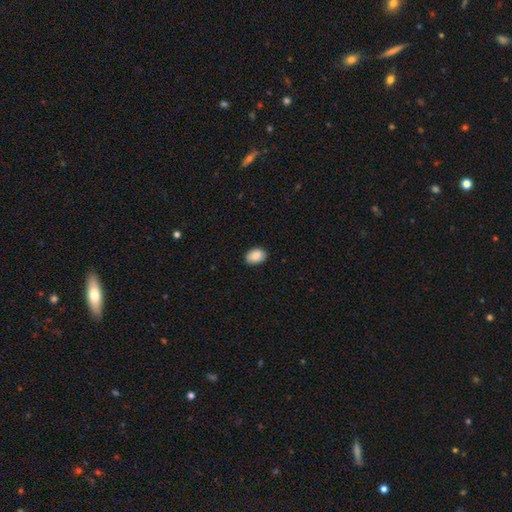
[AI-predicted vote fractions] Overall: smooth (89%). How rounded: in between (81%). Merging: none (87%).